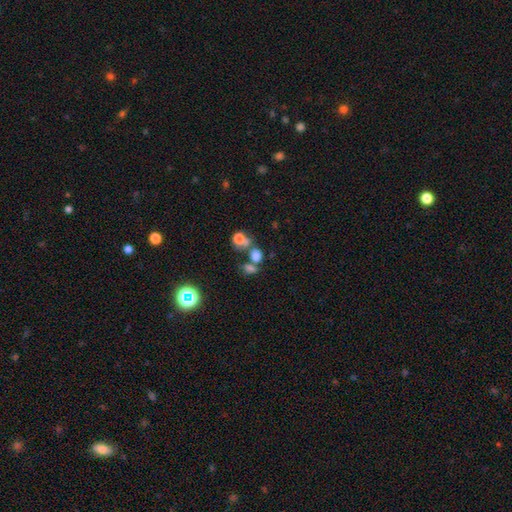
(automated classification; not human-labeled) A smooth galaxy with no disk features (71%) that is round (55%). Merging: merger (42%).